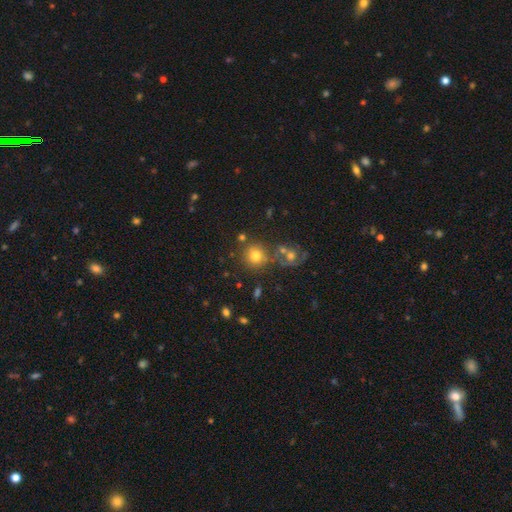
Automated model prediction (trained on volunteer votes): Morphology: type=smooth (75%); roundness=round (88%); merging=none (69%).